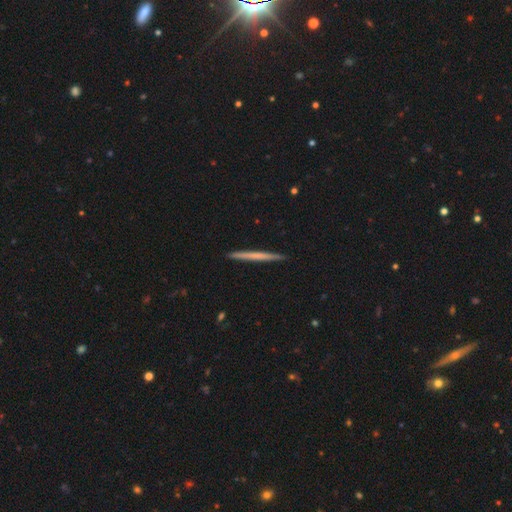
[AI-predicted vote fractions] A smooth galaxy with no disk features (51%) that is cigar-shaped (97%). Merging: none (93%).